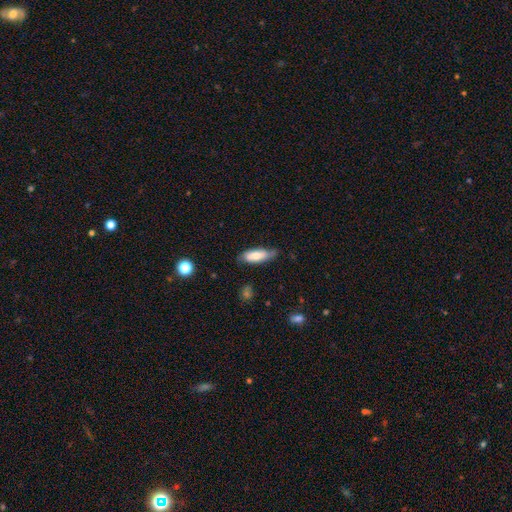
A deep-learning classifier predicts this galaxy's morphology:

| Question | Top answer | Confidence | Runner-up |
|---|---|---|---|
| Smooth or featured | smooth | 73% | featured or disk (20%) |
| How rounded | in between | 65% | cigar-shaped (33%) |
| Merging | none | 63% | minor disturbance (29%) |